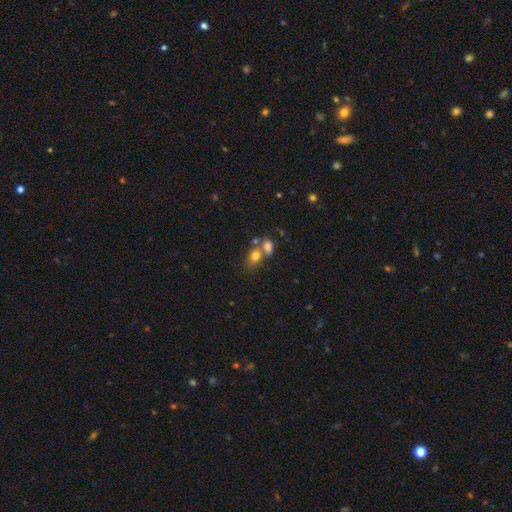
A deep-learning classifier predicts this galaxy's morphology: Smooth or featured: smooth — 77% (star or artifact — 12%)
How rounded: in between — 57% (round — 41%)
Merging: merger — 51% (none — 35%)